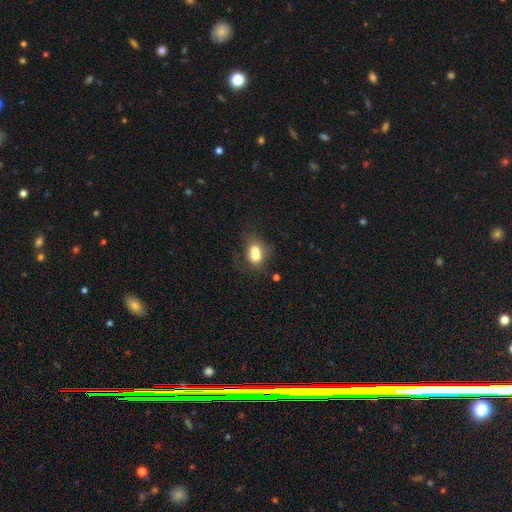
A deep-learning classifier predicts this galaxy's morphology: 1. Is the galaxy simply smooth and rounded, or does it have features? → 68% smooth, 21% featured or disk, 11% star or artifact.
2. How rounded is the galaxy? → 57% in between, 42% round, 1% cigar-shaped.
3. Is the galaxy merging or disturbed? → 56% merger, 28% none, 10% minor disturbance, 6% major disturbance.